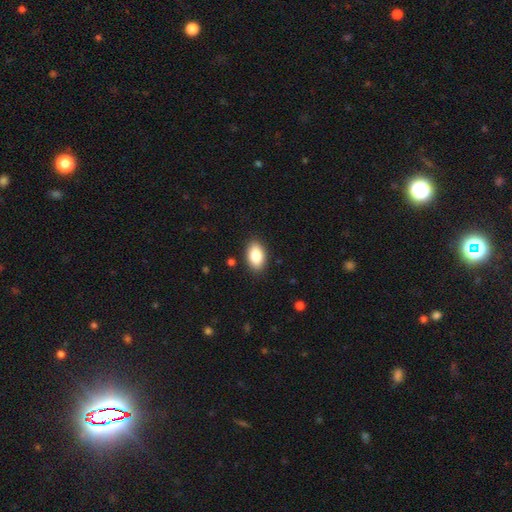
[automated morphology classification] Smooth or featured? Predicted: smooth (p=0.84). How rounded? Predicted: in between (p=0.92). Merging? Predicted: none (p=0.88).